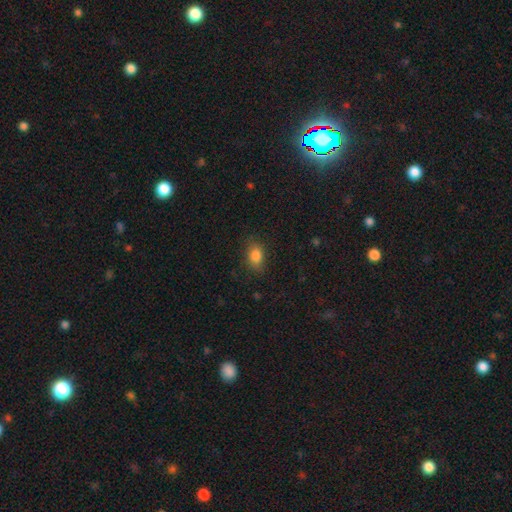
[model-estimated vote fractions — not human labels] A smooth galaxy with no disk features (84%) that is in between round and cigar-shaped (75%).

Vote fractions:
- Smooth or featured? smooth: 84% / star or artifact: 10% / featured or disk: 6%
- How rounded? in between: 75% / round: 23% / cigar-shaped: 2%
- Merging? none: 81% / minor disturbance: 14% / major disturbance: 4% / merger: 1%